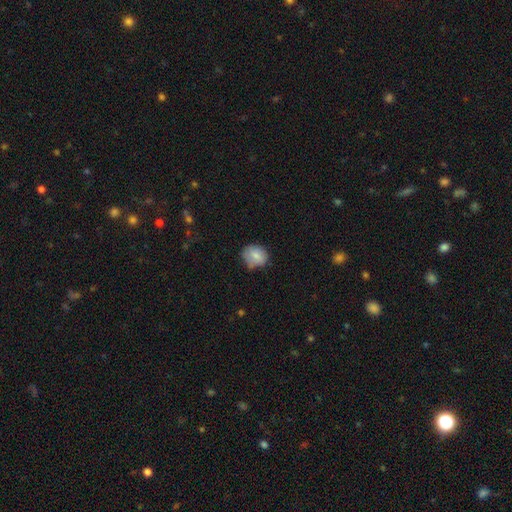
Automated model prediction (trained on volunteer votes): smooth 78%, featured or disk 13%, star or artifact 8%. Down the decision tree: how rounded — round (58%); merging — none (60%).